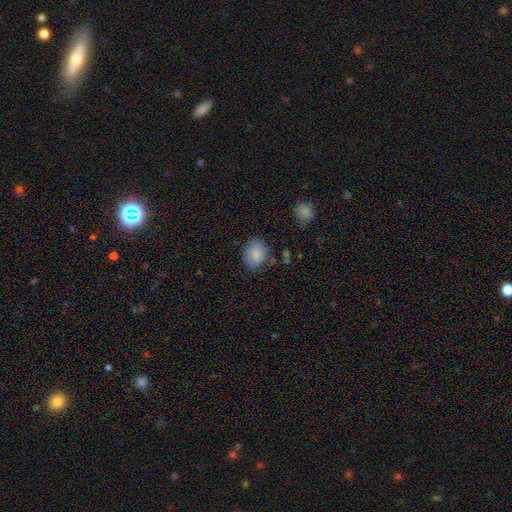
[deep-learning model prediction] Smooth or featured: smooth — 84% (featured or disk — 8%)
How rounded: in between — 59% (round — 40%)
Merging: none — 69% (minor disturbance — 22%)